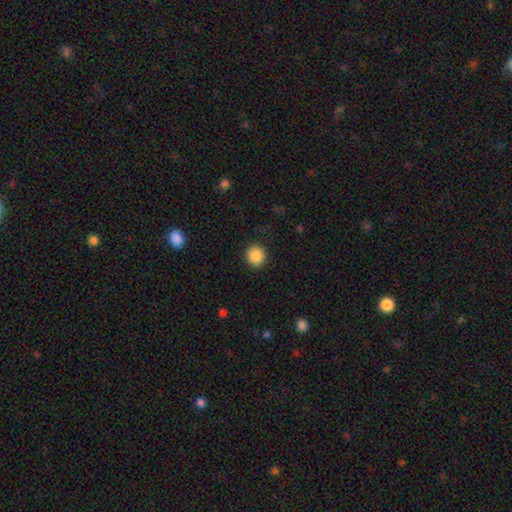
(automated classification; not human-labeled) This is clearly a smooth galaxy (88%). How rounded: clearly round (89%). Merging: clearly none (91%).